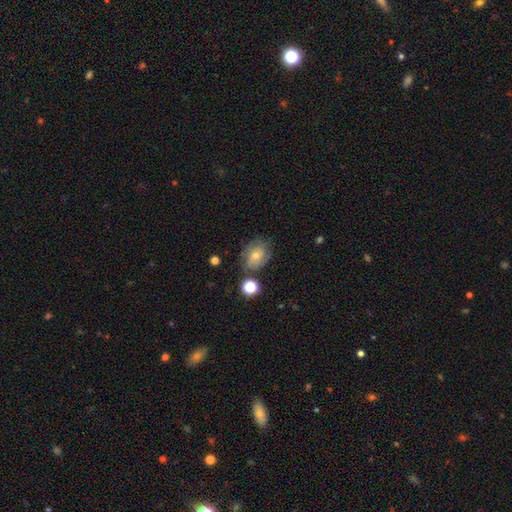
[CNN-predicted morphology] Q: Smooth or featured?
A: featured or disk (47%); runner-up: smooth (40%)
Q: Merging?
A: none (66%); runner-up: minor disturbance (20%)